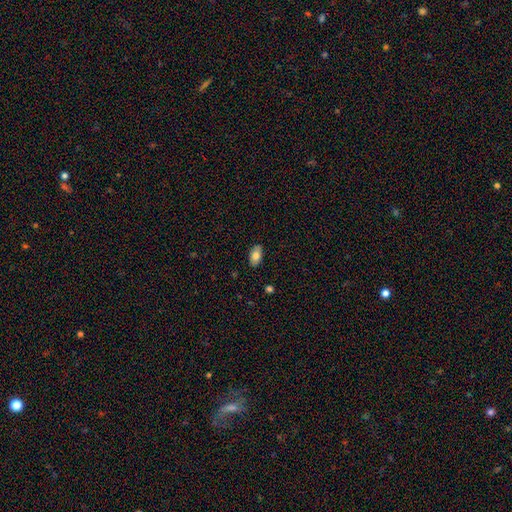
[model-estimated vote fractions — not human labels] Smooth or featured? Predicted: smooth (p=0.78). How rounded? Predicted: in between (p=0.93). Merging? Predicted: none (p=0.87).